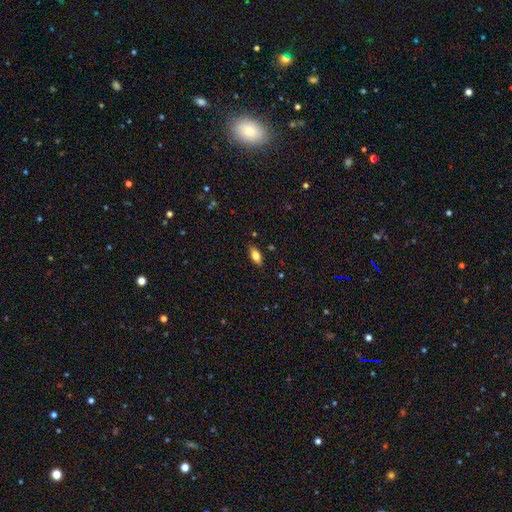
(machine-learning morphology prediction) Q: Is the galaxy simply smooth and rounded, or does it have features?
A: smooth — 79%.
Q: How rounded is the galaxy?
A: in between — 86%.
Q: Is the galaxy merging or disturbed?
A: none — 86%.